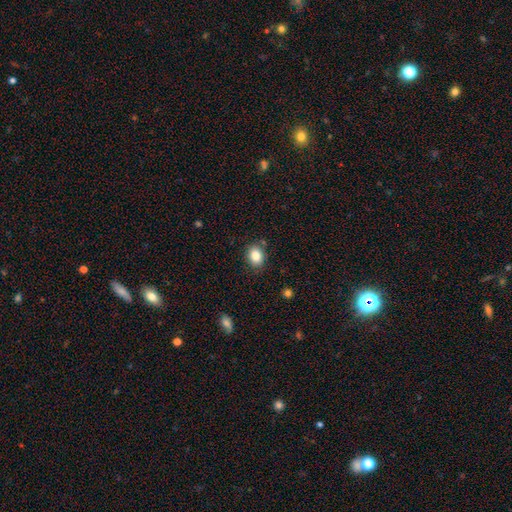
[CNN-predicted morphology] The model was most divided on "how rounded": in between: 61%, round: 38%, cigar-shaped: 1%. More confident: smooth or featured — smooth (85%); merging — none (83%).